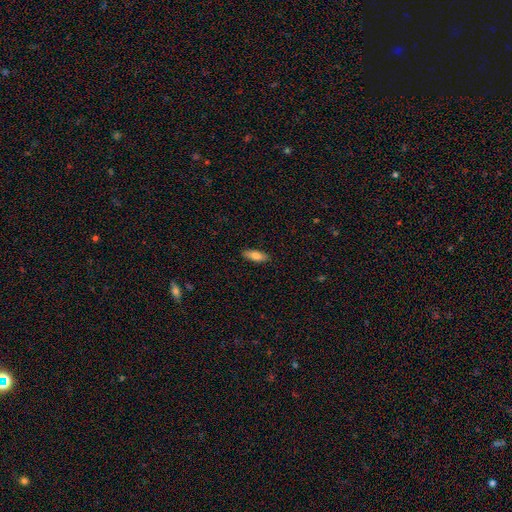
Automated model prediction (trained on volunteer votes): Morphology: type=smooth (77%); roundness=in between (62%); merging=none (88%).